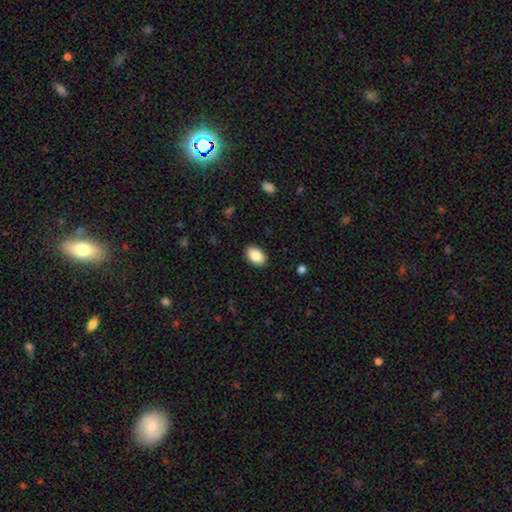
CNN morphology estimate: type=smooth (86%); roundness=in between (90%); merging=none (90%).